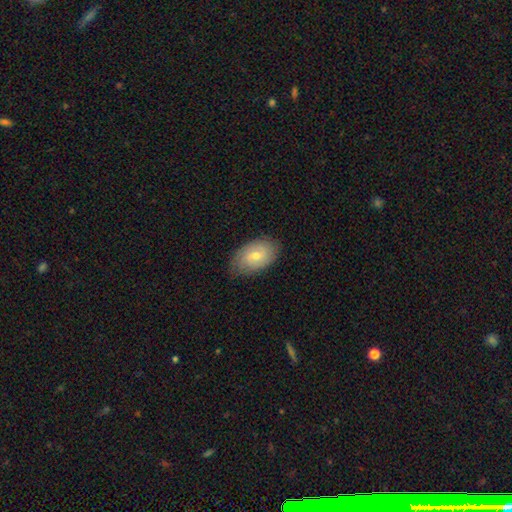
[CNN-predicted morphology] This appears to be a smooth galaxy with no disk features (51%) that is in between round and cigar-shaped (90%). Merging: none (80%).